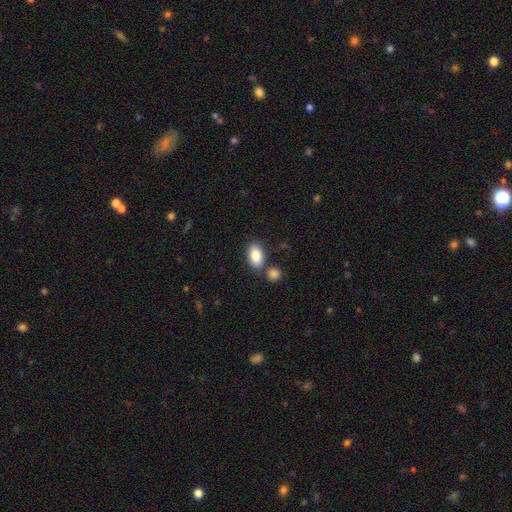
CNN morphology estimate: Smooth or featured? smooth (85%)
How rounded? in between (91%)
Merging? none (73%)